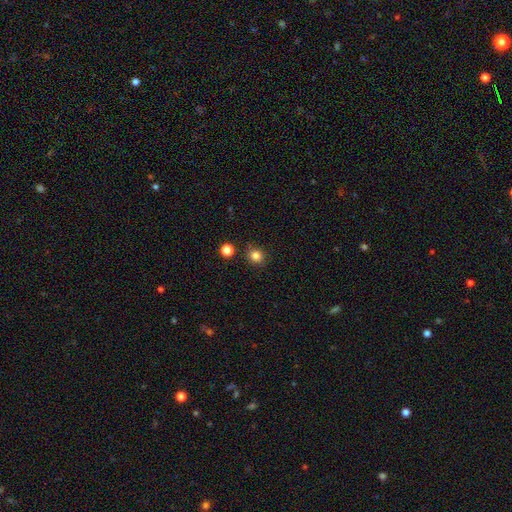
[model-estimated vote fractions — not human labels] Overall: smooth (83%). How rounded: round (85%). Merging: none (83%).